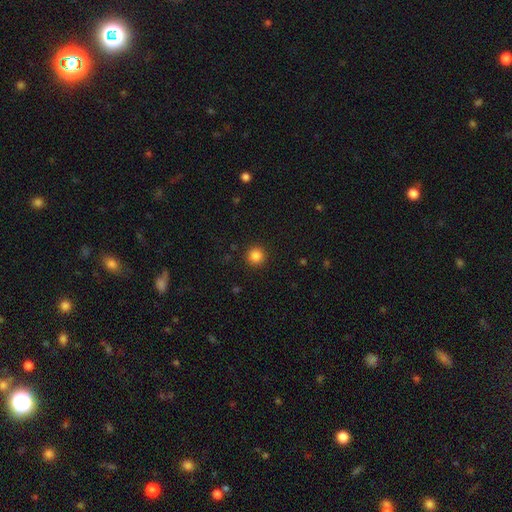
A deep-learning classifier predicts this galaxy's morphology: A smooth galaxy with no disk features (85%) that is round (95%). Merging: none (92%).